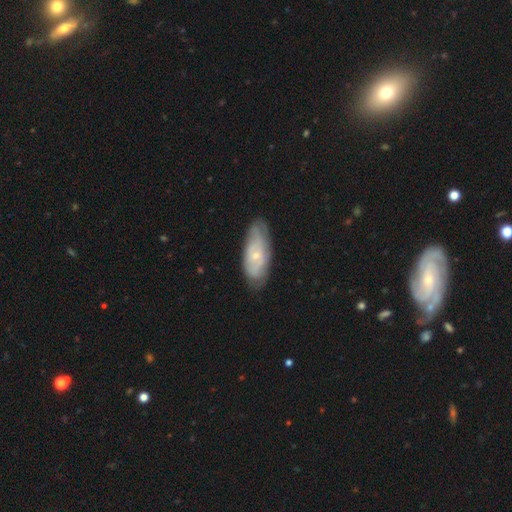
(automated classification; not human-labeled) This is possibly a featured or disk galaxy (51%). It is clearly not viewed edge-on (86%). Merging: likely none (72%).